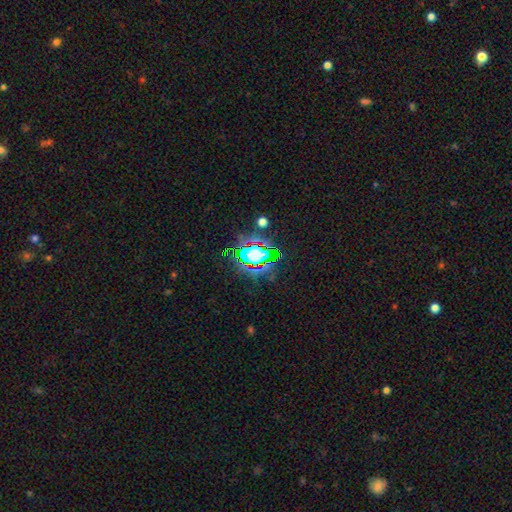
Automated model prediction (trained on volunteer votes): This appears to be a star or artifact, not a galaxy (56%).